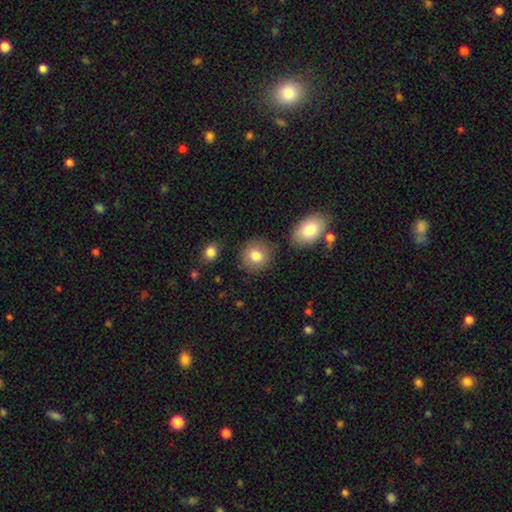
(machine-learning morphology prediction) smooth_or_featured: smooth (p=0.81) [alt: featured or disk p=0.10]
how_rounded: round (p=0.85) [alt: in between p=0.14]
merging: none (p=0.83) [alt: minor disturbance p=0.10]